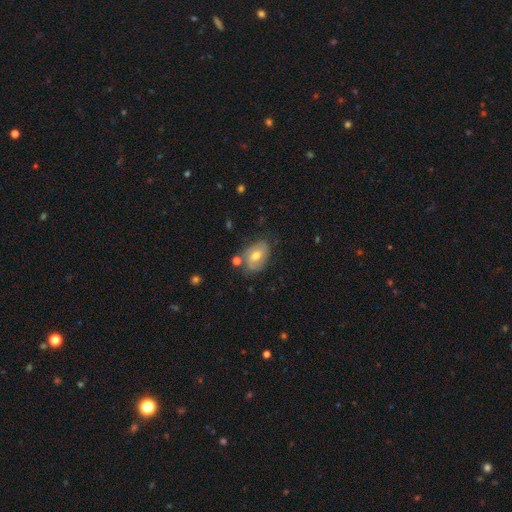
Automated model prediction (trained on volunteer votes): Q: Smooth or featured?
A: featured or disk (48%); runner-up: smooth (44%)
Q: Merging?
A: none (62%); runner-up: minor disturbance (23%)